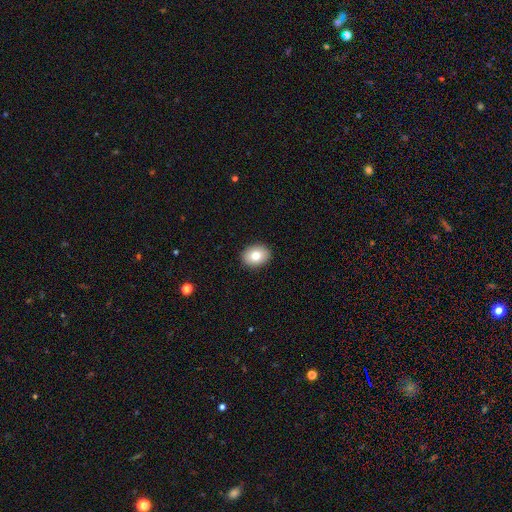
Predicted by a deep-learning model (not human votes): smooth 78%, featured or disk 13%, star or artifact 9%. Down the decision tree: how rounded — in between (59%); merging — none (91%).